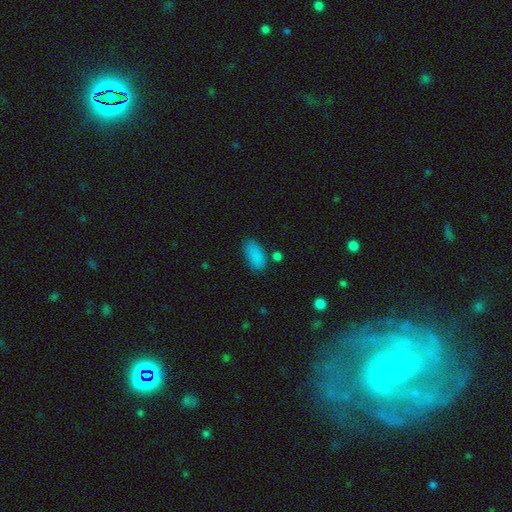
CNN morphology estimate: smooth-or-featured: smooth: 87% | star or artifact: 8% | featured or disk: 5%
  how-rounded: in between: 91% | cigar-shaped: 6% | round: 3%
  merging: none: 73% | minor disturbance: 17% | merger: 5% | major disturbance: 5%